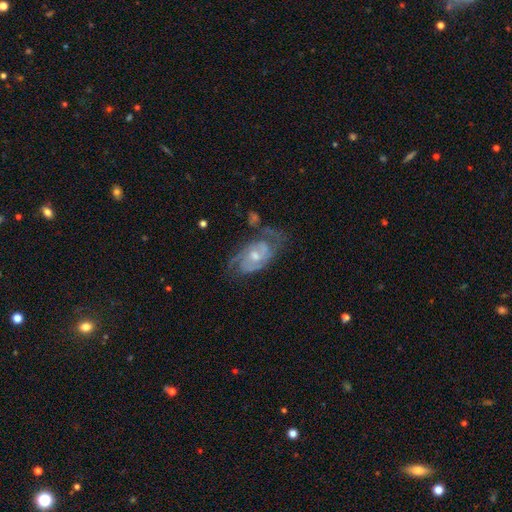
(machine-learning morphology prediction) Smooth or featured: featured or disk — 85% (smooth — 10%)
Edge-on disk: no — 96% (yes — 4%)
Bar: no — 62% (weak — 32%)
Spiral arms: yes — 94% (no — 6%)
Spiral winding: tight — 49% (medium — 40%)
Spiral arm count: 2 — 60% (can't tell — 18%)
Bulge size: moderate — 57% (small — 37%)
Merging: none — 55% (minor disturbance — 24%)